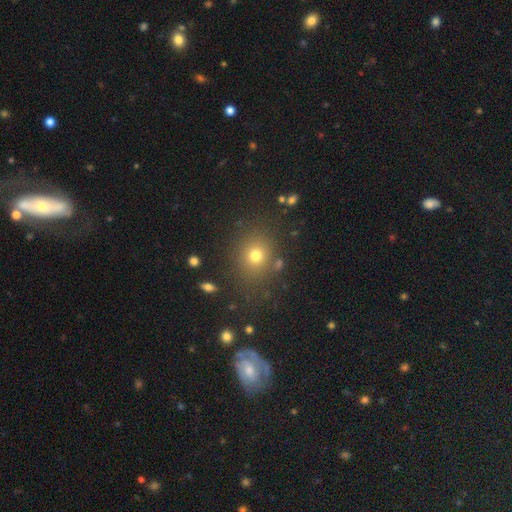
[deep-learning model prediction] Smooth or featured? smooth (73%)
How rounded? round (72%)
Merging? none (80%)